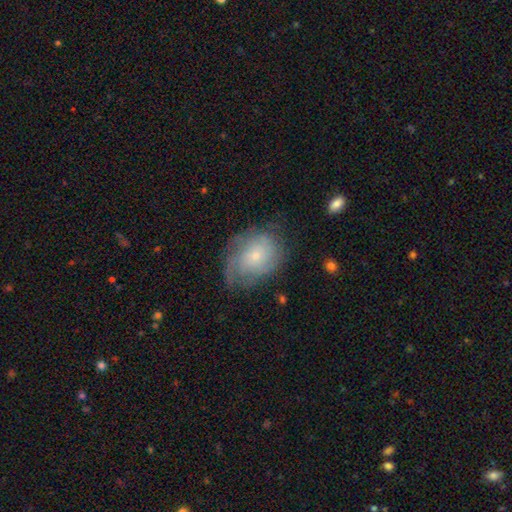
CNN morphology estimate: Q: Smooth or featured?
A: featured or disk (60%); runner-up: smooth (32%)
Q: Edge-on disk?
A: no (96%); runner-up: yes (4%)
Q: Bar?
A: no (80%); runner-up: weak (18%)
Q: Spiral arms?
A: yes (85%); runner-up: no (15%)
Q: Bulge size?
A: small (71%); runner-up: moderate (24%)
Q: Merging?
A: none (60%); runner-up: minor disturbance (25%)